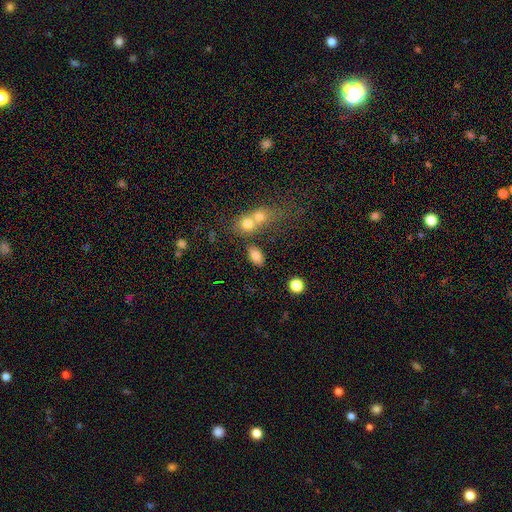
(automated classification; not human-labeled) Morphology: type=smooth (81%); roundness=in between (87%); merging=none (65%).